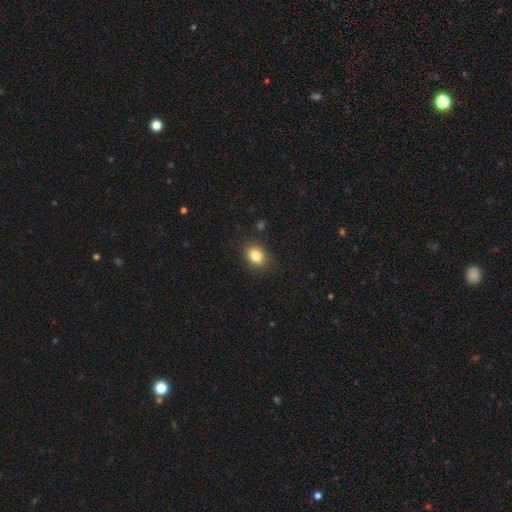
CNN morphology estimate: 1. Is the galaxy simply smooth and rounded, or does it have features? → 82% smooth, 10% star or artifact, 8% featured or disk.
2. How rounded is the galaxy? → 63% in between, 36% round, 1% cigar-shaped.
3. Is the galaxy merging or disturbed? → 85% none, 11% minor disturbance, 3% major disturbance, 2% merger.